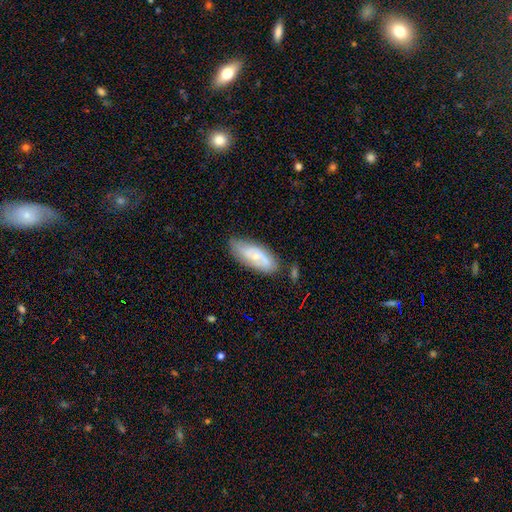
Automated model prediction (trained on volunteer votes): smooth_or_featured: featured or disk (p=0.49) [alt: smooth p=0.44]
merging: none (p=0.69) [alt: minor disturbance p=0.21]